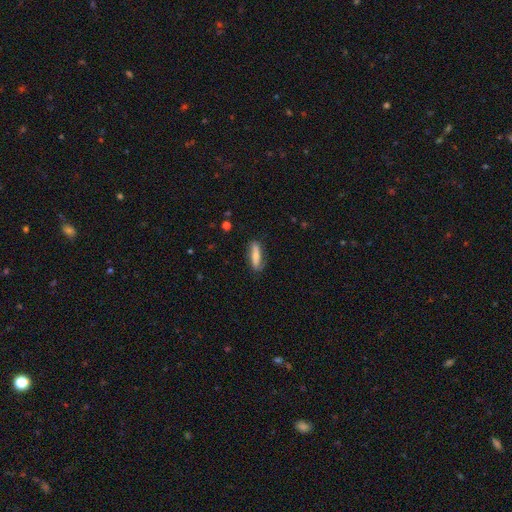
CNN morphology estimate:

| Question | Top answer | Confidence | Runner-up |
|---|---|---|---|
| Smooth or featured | smooth | 56% | featured or disk (36%) |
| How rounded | cigar-shaped | 56% | in between (41%) |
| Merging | none | 73% | minor disturbance (20%) |